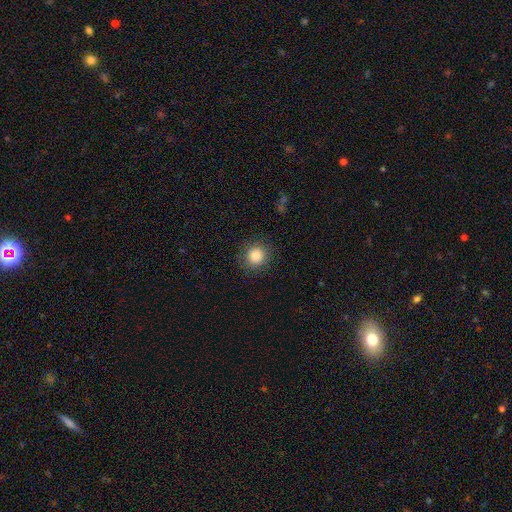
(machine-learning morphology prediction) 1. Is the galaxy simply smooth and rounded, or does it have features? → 84% smooth, 10% star or artifact, 5% featured or disk.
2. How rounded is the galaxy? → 92% round, 7% in between, 1% cigar-shaped.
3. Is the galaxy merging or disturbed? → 89% none, 7% minor disturbance, 3% major disturbance, 1% merger.